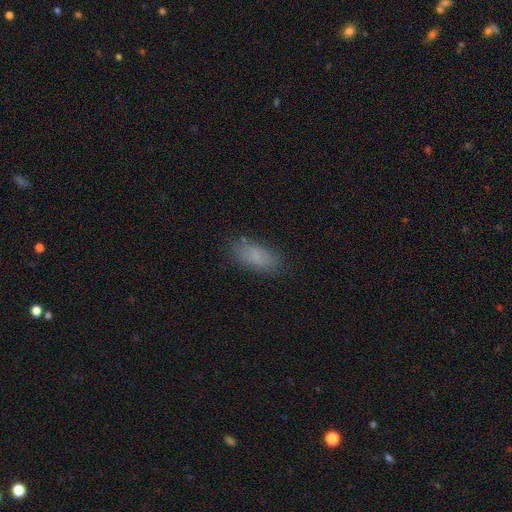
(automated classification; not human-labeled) smooth_or_featured: smooth (p=0.84) [alt: star or artifact p=0.08]
how_rounded: in between (p=0.83) [alt: cigar-shaped p=0.14]
merging: none (p=0.82) [alt: minor disturbance p=0.13]